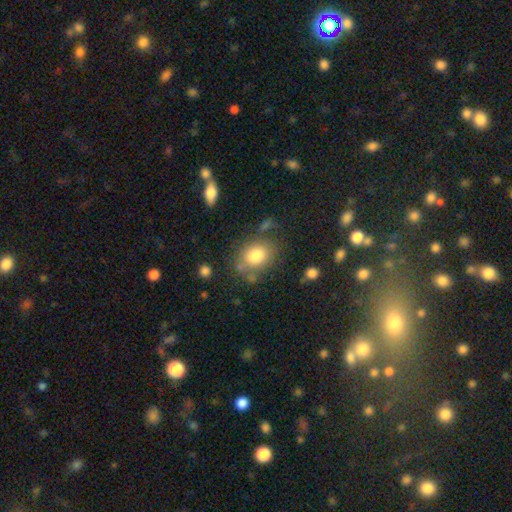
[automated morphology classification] Overall: smooth (79%). How rounded: in between (61%; round 38%). Merging: none (67%).